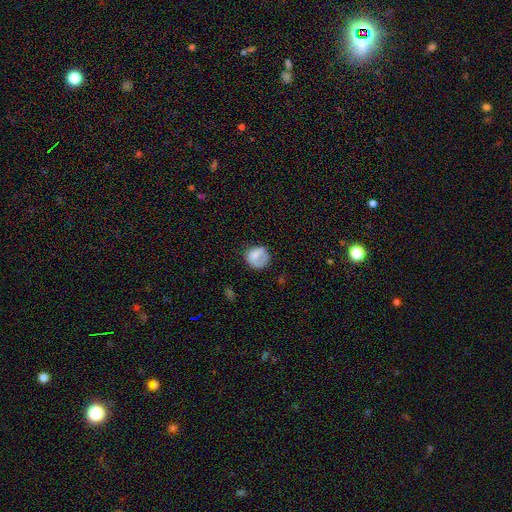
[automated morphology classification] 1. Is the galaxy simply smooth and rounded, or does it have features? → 72% smooth, 20% featured or disk, 8% star or artifact.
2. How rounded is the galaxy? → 78% round, 21% in between, 1% cigar-shaped.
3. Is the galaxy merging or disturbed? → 55% none, 25% minor disturbance, 17% major disturbance, 2% merger.